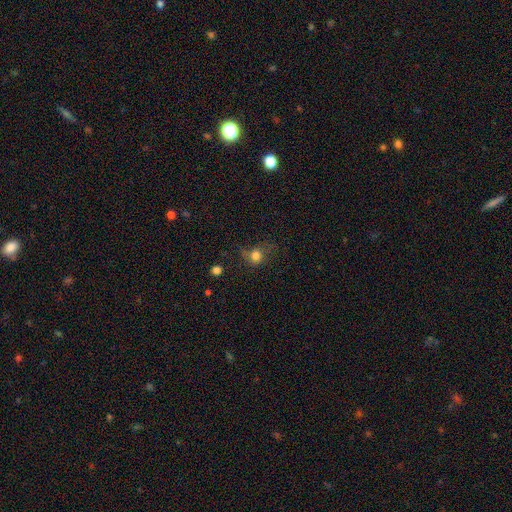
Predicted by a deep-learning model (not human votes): A smooth galaxy with no disk features (74%) that is round (75%). Merging: none (49%).